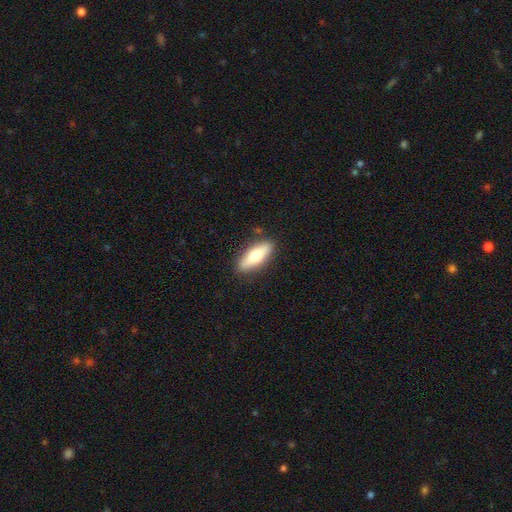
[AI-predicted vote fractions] smooth 59%, featured or disk 35%, star or artifact 6%. Down the decision tree: how rounded — in between (59%); merging — none (87%).